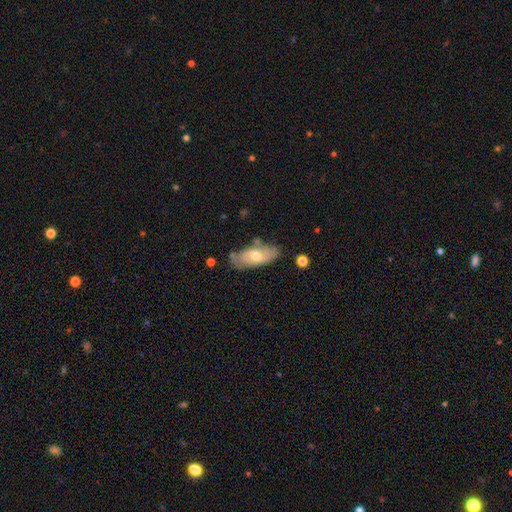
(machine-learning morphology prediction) smooth-or-featured: smooth: 49% | featured or disk: 45% | star or artifact: 7%
  merging: none: 71% | minor disturbance: 20% | major disturbance: 5% | merger: 4%